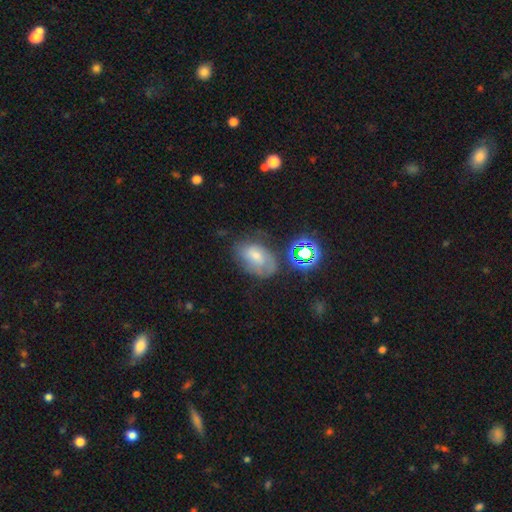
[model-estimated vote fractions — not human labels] smooth_or_featured: smooth (p=0.42) [alt: featured or disk p=0.38]
merging: none (p=0.54) [alt: minor disturbance p=0.27]